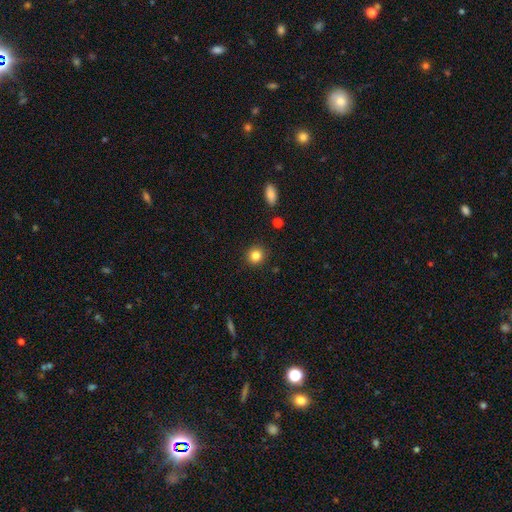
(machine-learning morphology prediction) type=smooth (84%); roundness=round (90%); merging=none (91%).